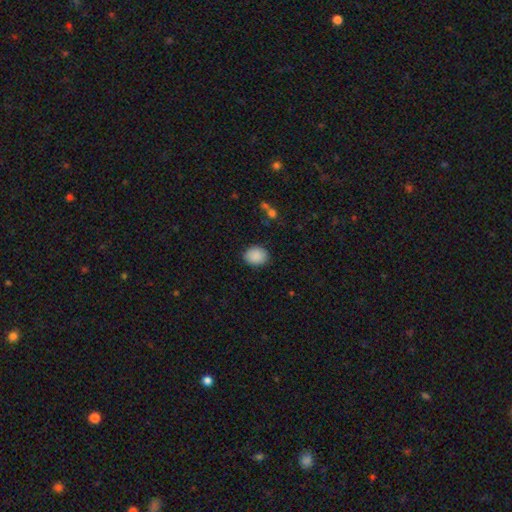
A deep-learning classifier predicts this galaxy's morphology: smooth 89%, star or artifact 8%, featured or disk 3%. Down the decision tree: how rounded — round (54%); merging — none (88%).